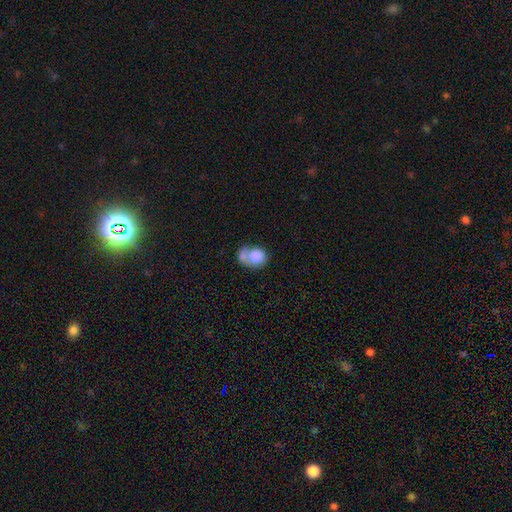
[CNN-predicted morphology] Smooth or featured?
  - smooth: 78% *
  - featured or disk: 15%
  - star or artifact: 7%
How rounded?
  - round: 61% *
  - in between: 38%
  - cigar-shaped: 1%
Merging?
  - merger: 52% *
  - none: 28%
  - minor disturbance: 12%
  - major disturbance: 8%